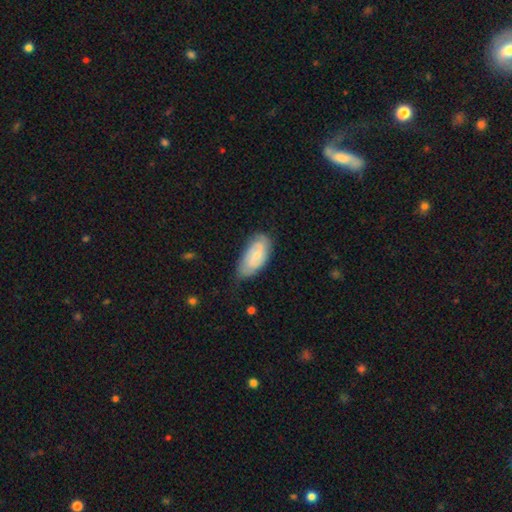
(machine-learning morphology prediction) Smooth or featured?
  - featured or disk: 62% *
  - smooth: 32%
  - star or artifact: 6%
Edge-on disk?
  - no: 95% *
  - yes: 5%
Bar?
  - weak: 49% *
  - no: 38%
  - strong: 13%
Spiral arms?
  - yes: 87% *
  - no: 13%
Spiral winding?
  - tight: 44% *
  - medium: 40%
  - loose: 16%
Spiral arm count?
  - 2: 69% *
  - can't tell: 20%
  - 3: 5%
  - 1: 3%
  - 4: 2%
  - more than 4: 1%
Bulge size?
  - small: 58% *
  - moderate: 37%
  - none: 3%
  - large: 1%
  - dominant: 1%
Merging?
  - none: 64% *
  - minor disturbance: 28%
  - major disturbance: 7%
  - merger: 2%